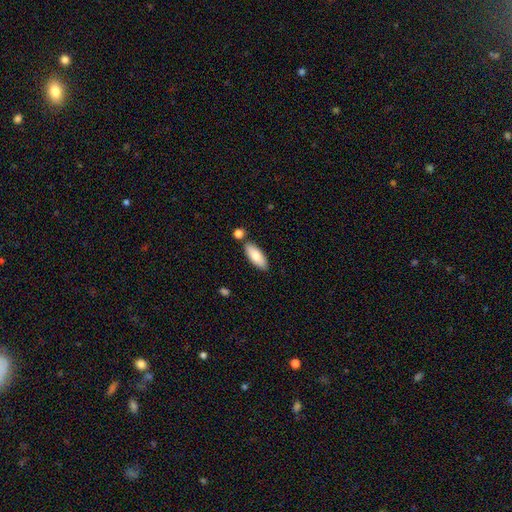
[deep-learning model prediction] Q: Smooth or featured?
A: smooth (82%); runner-up: featured or disk (12%)
Q: How rounded?
A: in between (77%); runner-up: cigar-shaped (21%)
Q: Merging?
A: none (81%); runner-up: minor disturbance (10%)